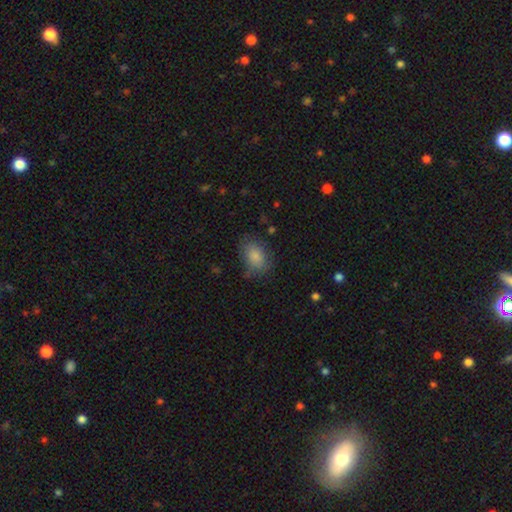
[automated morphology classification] Overall: smooth (81%). How rounded: in between (82%). Merging: none (75%).